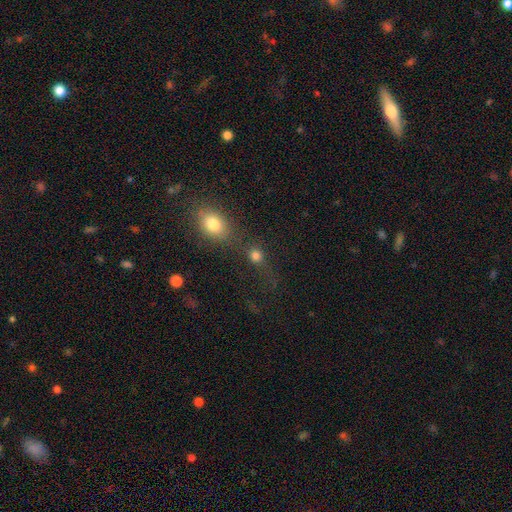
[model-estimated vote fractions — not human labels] This is likely a smooth galaxy (76%). How rounded: likely round (77%). Merging: possibly none (48%).